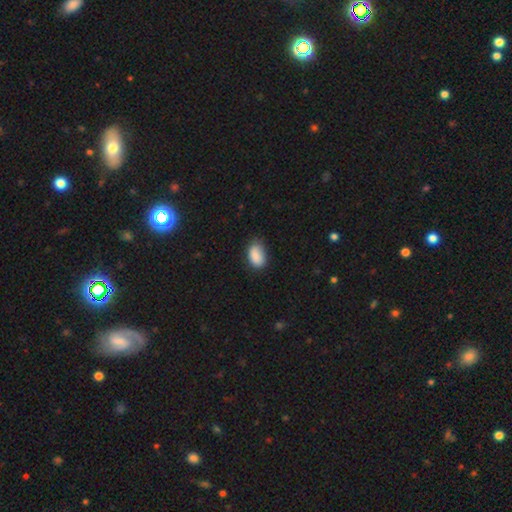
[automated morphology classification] type=smooth (88%); roundness=in between (90%); merging=none (69%).